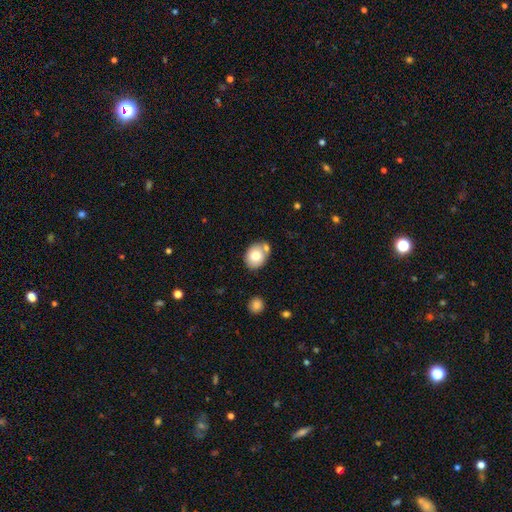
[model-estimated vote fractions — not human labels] Smooth or featured: smooth — 77% (featured or disk — 15%)
How rounded: in between — 56% (round — 43%)
Merging: none — 63% (merger — 19%)